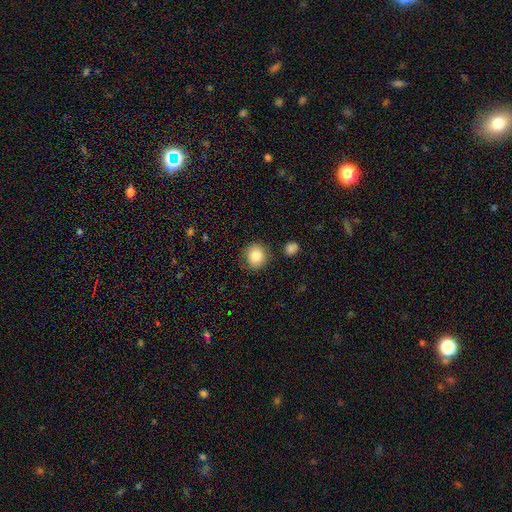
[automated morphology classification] smooth-or-featured: smooth: 85% | star or artifact: 9% | featured or disk: 6%
  how-rounded: round: 86% | in between: 13% | cigar-shaped: 1%
  merging: none: 81% | minor disturbance: 12% | merger: 4% | major disturbance: 3%